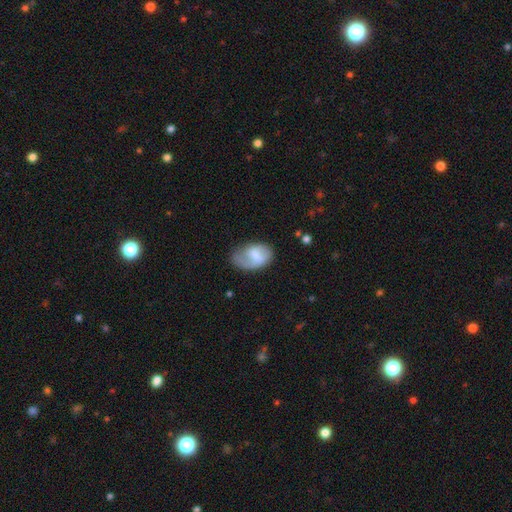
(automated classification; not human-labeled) This is possibly a smooth galaxy (59%). How rounded: clearly in between (88%). Merging: possibly none (46%).